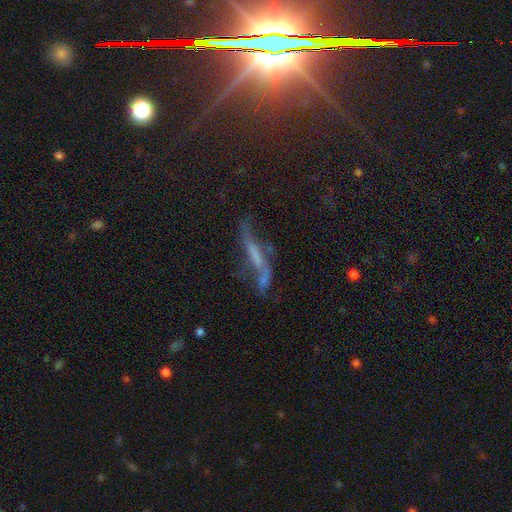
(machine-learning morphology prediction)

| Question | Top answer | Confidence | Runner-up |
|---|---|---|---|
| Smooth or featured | featured or disk | 53% | smooth (27%) |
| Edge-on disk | no | 55% | yes (45%) |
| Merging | none | 38% | major disturbance (27%) |